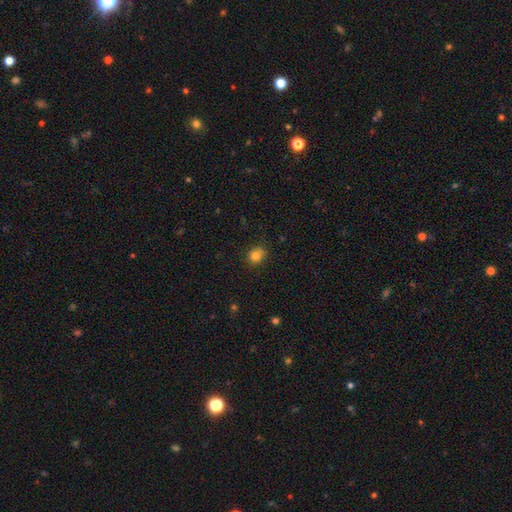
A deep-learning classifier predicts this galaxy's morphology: Q: Smooth or featured?
A: smooth (80%); runner-up: star or artifact (13%)
Q: How rounded?
A: round (71%); runner-up: in between (28%)
Q: Merging?
A: none (76%); runner-up: minor disturbance (17%)